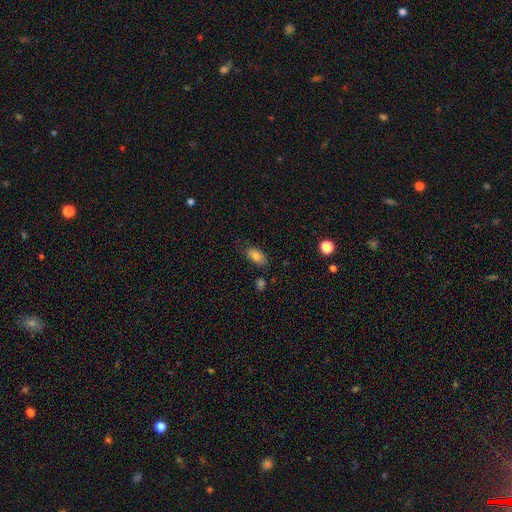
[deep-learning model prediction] This is clearly a smooth galaxy (83%). How rounded: clearly in between (92%). Merging: likely none (80%).